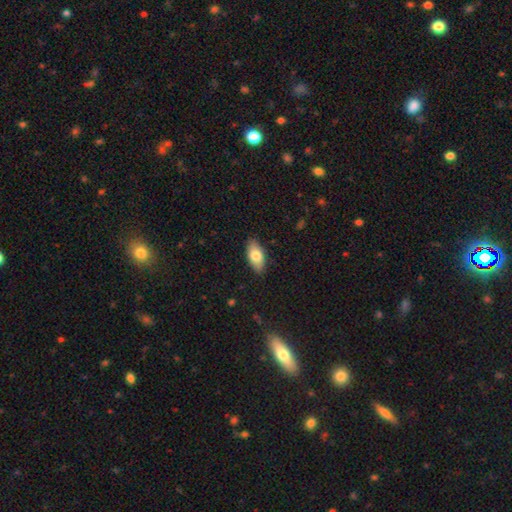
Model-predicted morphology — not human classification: A smooth galaxy with no disk features (77%) that is in between round and cigar-shaped (91%). Merging: none (87%).